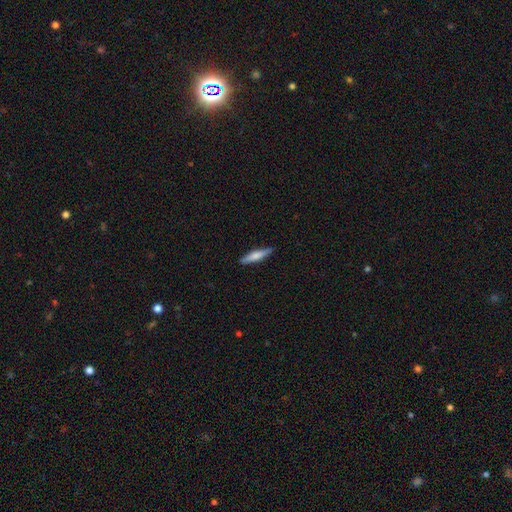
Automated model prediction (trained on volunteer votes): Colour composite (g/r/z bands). It shows a smooth galaxy with no disk features (60%) that is cigar-shaped (86%). Merging: none (89%).